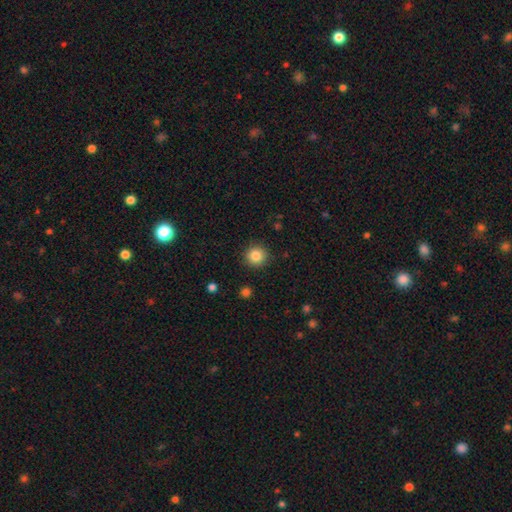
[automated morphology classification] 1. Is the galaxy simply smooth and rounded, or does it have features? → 84% smooth, 10% star or artifact, 5% featured or disk.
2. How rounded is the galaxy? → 94% round, 5% in between, 1% cigar-shaped.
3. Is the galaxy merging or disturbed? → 91% none, 6% minor disturbance, 2% major disturbance, 1% merger.